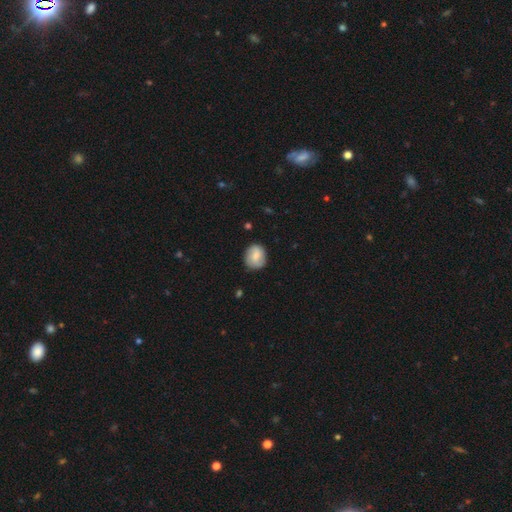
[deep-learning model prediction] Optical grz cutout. It shows a smooth galaxy with no disk features (72%) that is round (73%). Merging: none (81%).